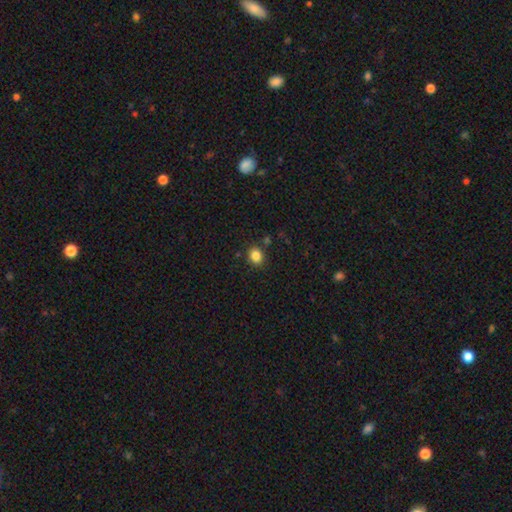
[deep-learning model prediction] Smooth or featured? Predicted: smooth (p=0.85). How rounded? Predicted: round (p=0.55). Merging? Predicted: none (p=0.83).